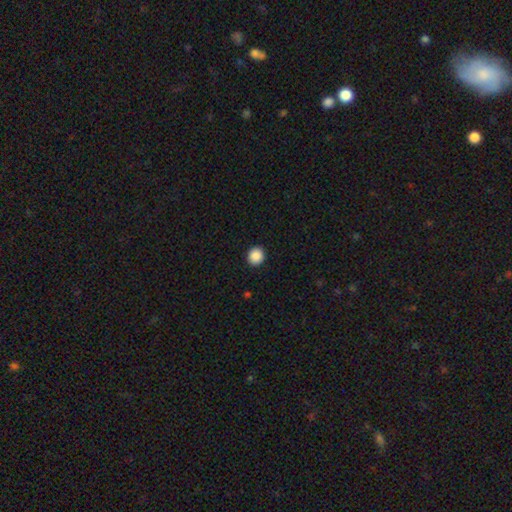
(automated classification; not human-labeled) Smooth or featured? smooth (89%)
How rounded? round (90%)
Merging? none (93%)